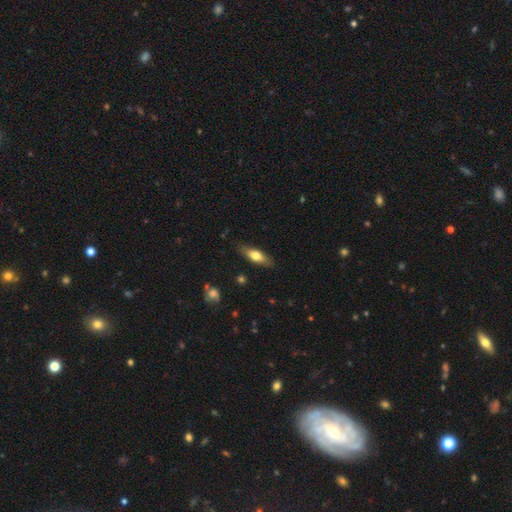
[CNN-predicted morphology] Smooth or featured? Predicted: smooth (p=0.64). How rounded? Predicted: in between (p=0.53). Merging? Predicted: none (p=0.84).